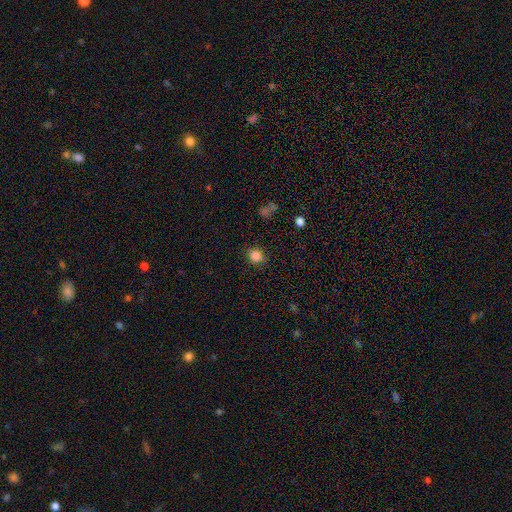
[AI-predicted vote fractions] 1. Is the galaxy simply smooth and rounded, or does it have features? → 84% smooth, 12% star or artifact, 5% featured or disk.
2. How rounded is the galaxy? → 72% round, 27% in between, 1% cigar-shaped.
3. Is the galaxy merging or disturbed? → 86% none, 10% minor disturbance, 3% major disturbance, 1% merger.